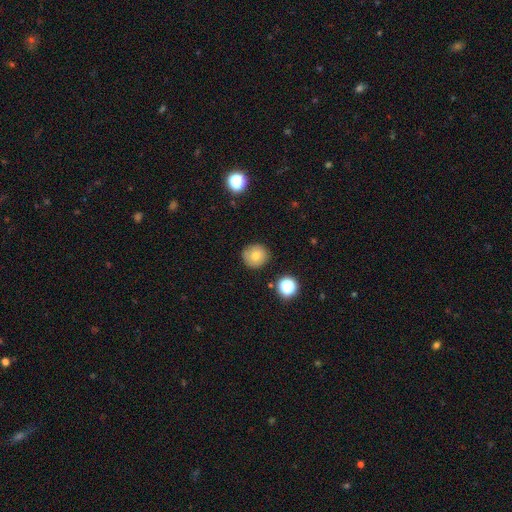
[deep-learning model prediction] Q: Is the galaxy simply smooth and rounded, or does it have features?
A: smooth — 73%.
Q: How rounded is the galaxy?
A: round — 93%.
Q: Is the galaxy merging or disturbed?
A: none — 87%.